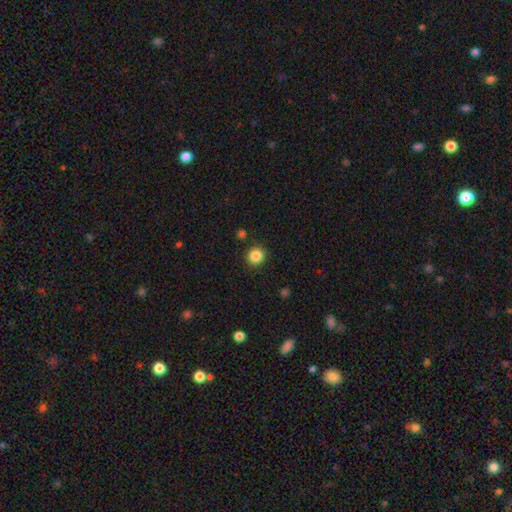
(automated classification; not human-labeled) Smooth or featured? smooth (86%)
How rounded? round (88%)
Merging? none (88%)